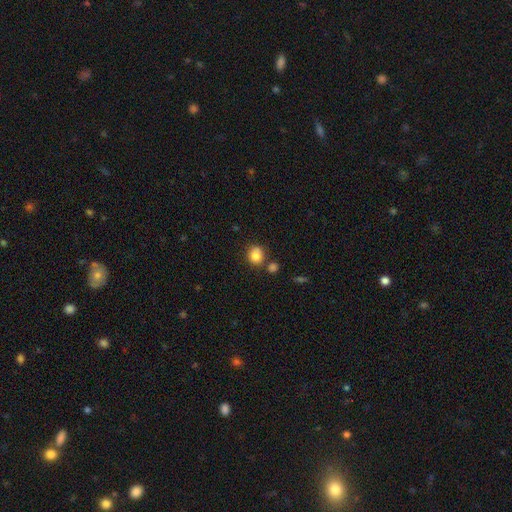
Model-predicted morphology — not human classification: The model was most divided on "merging": none: 65%, merger: 16%, minor disturbance: 15%, major disturbance: 4%. More confident: smooth or featured — smooth (83%); how rounded — round (80%).